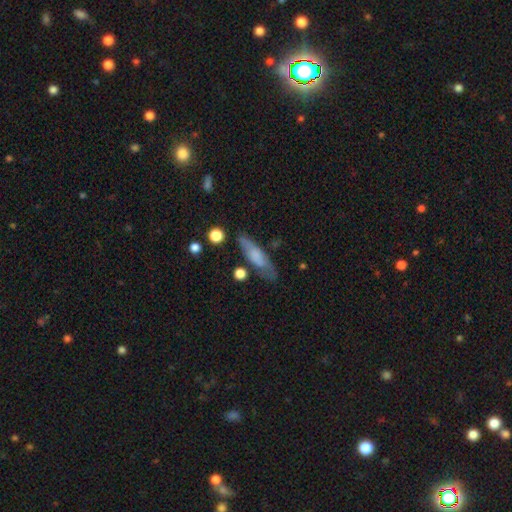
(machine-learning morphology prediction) A smooth galaxy with no disk features (61%) that is cigar-shaped (59%).

Vote fractions:
- Smooth or featured? smooth: 61% / featured or disk: 32% / star or artifact: 7%
- How rounded? cigar-shaped: 59% / in between: 38% / round: 3%
- Merging? none: 69% / minor disturbance: 20% / major disturbance: 7% / merger: 4%